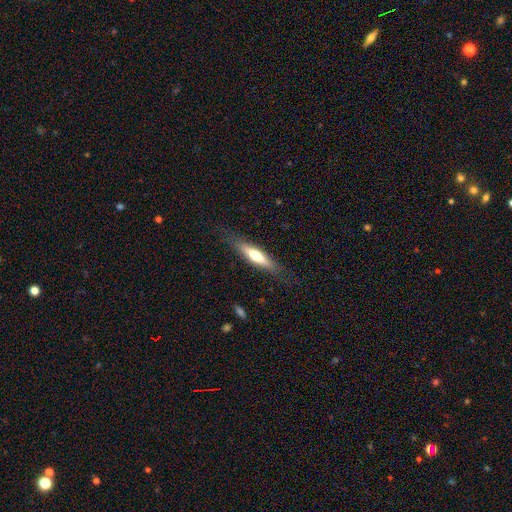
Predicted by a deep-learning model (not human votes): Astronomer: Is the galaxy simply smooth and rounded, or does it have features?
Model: smooth — 55% (runner-up: featured or disk, 39%).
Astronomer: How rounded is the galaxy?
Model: cigar-shaped — 75%.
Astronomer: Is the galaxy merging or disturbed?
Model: none — 81%.